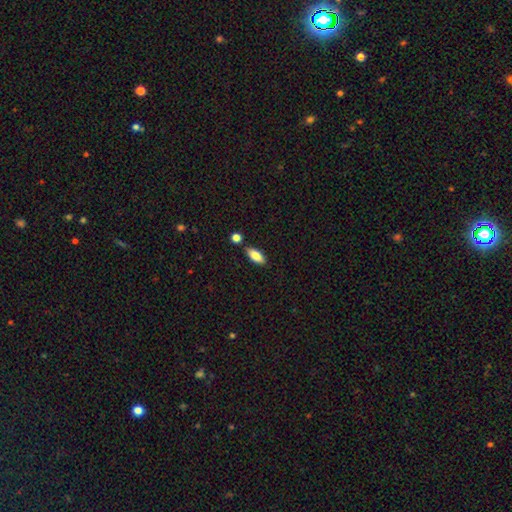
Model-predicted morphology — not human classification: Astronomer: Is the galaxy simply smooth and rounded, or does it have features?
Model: smooth — 83%.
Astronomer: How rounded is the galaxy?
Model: in between — 82%.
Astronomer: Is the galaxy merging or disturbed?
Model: none — 79%.